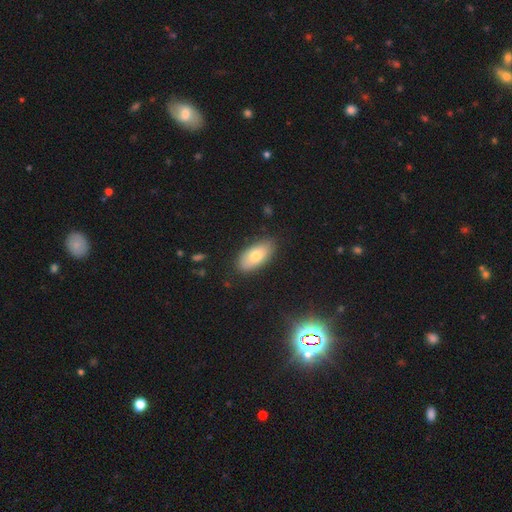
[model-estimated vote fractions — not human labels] Morphology: type=smooth (75%); roundness=in between (92%); merging=none (84%).